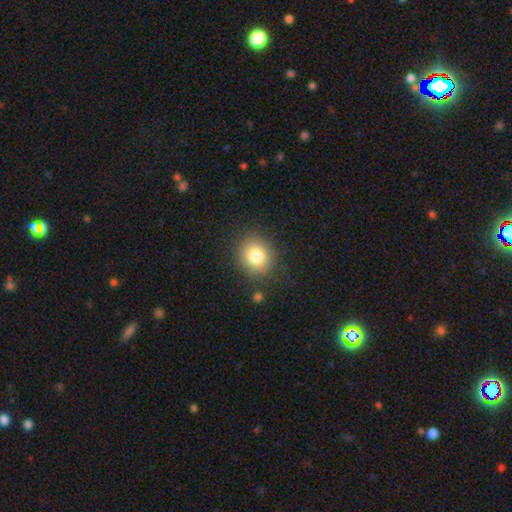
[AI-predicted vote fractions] Q: Smooth or featured?
A: smooth (80%); runner-up: star or artifact (11%)
Q: How rounded?
A: round (81%); runner-up: in between (19%)
Q: Merging?
A: none (85%); runner-up: minor disturbance (9%)